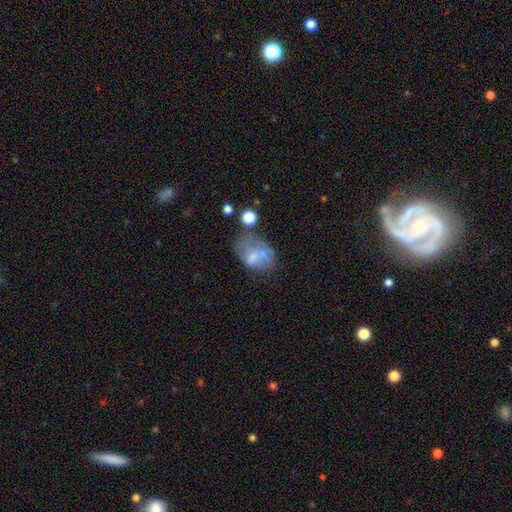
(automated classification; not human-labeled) smooth-or-featured: smooth: 52% | featured or disk: 37% | star or artifact: 11%
  how-rounded: in between: 79% | round: 19% | cigar-shaped: 1%
  merging: none: 29% | major disturbance: 28% | minor disturbance: 26% | merger: 17%